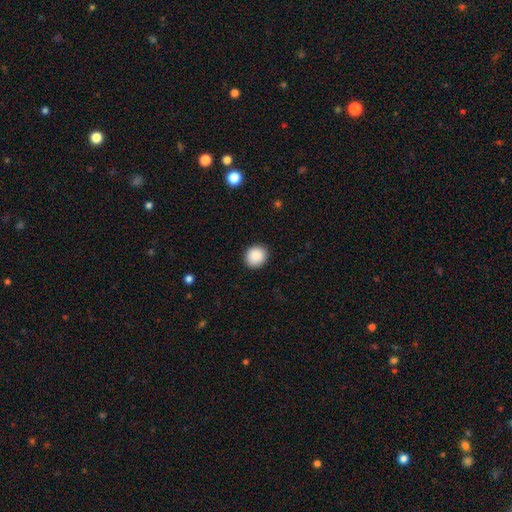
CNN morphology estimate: Smooth or featured? Predicted: smooth (p=0.89). How rounded? Predicted: round (p=0.85). Merging? Predicted: none (p=0.91).